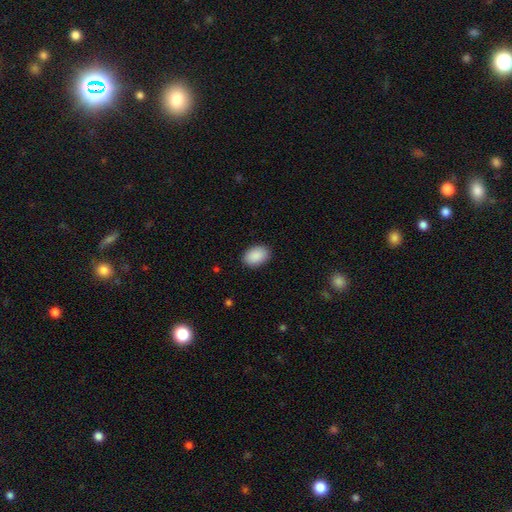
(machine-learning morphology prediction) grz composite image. It shows a smooth galaxy with no disk features (91%) that is in between round and cigar-shaped (85%). Merging: none (89%).